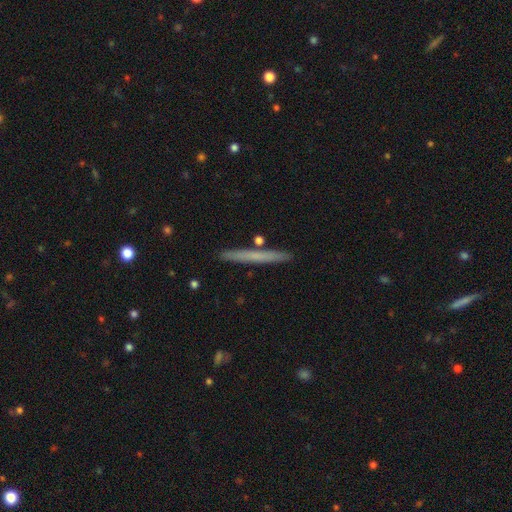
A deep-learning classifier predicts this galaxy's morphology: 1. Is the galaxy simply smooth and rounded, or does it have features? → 58% smooth, 36% featured or disk, 6% star or artifact.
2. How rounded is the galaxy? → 97% cigar-shaped, 2% in between, 1% round.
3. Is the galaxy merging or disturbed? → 90% none, 6% minor disturbance, 2% merger, 1% major disturbance.